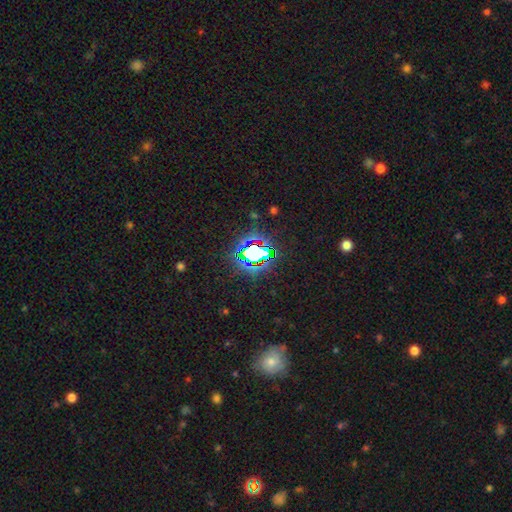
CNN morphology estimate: Overall: star or artifact (72%).